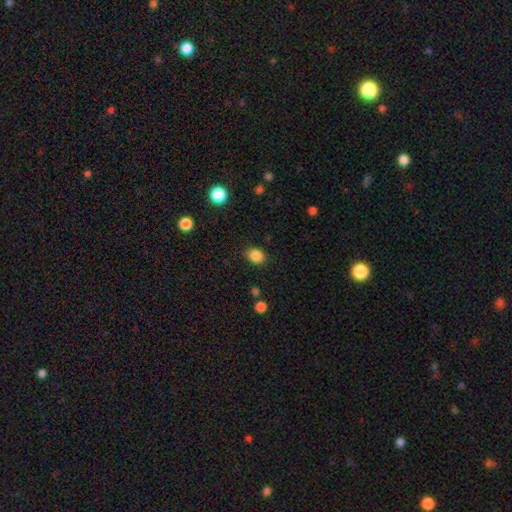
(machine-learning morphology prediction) A smooth galaxy with no disk features (86%) that is round (52%). Merging: none (83%).